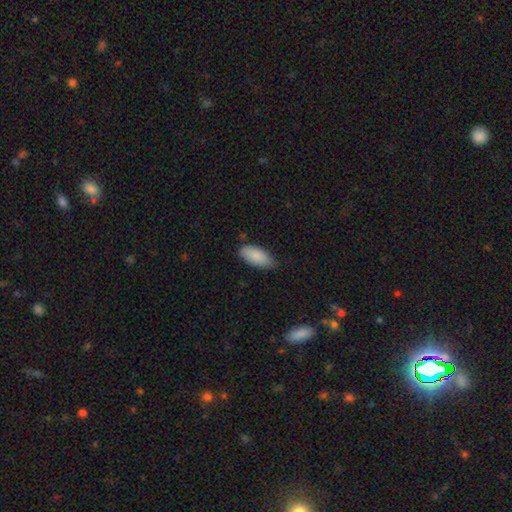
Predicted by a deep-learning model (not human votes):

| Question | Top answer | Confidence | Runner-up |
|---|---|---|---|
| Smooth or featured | smooth | 88% | featured or disk (6%) |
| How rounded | in between | 88% | cigar-shaped (10%) |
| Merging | none | 75% | minor disturbance (21%) |